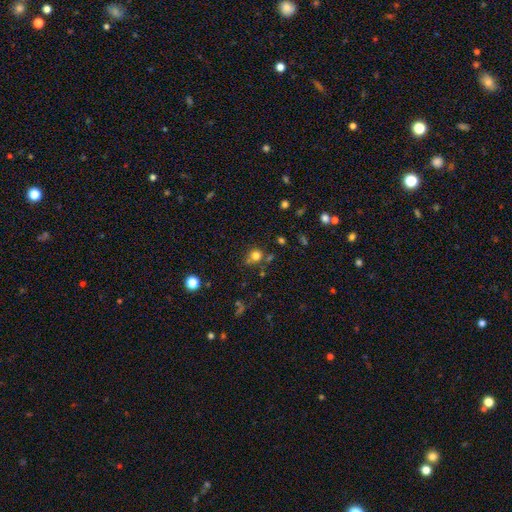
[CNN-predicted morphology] Smooth or featured? Predicted: smooth (p=0.76). How rounded? Predicted: round (p=0.86). Merging? Predicted: none (p=0.67).